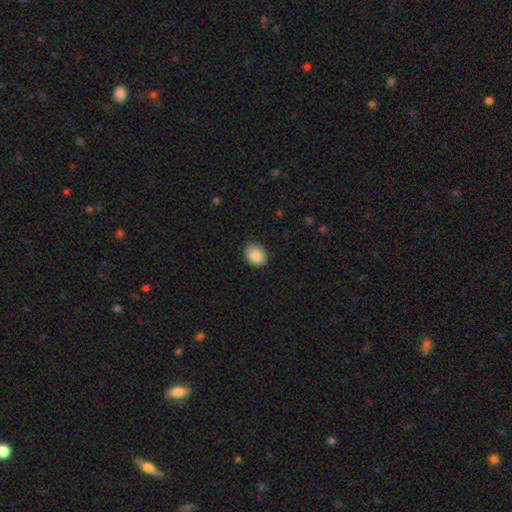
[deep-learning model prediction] Morphology: type=smooth (88%); roundness=in between (58%); merging=none (86%).